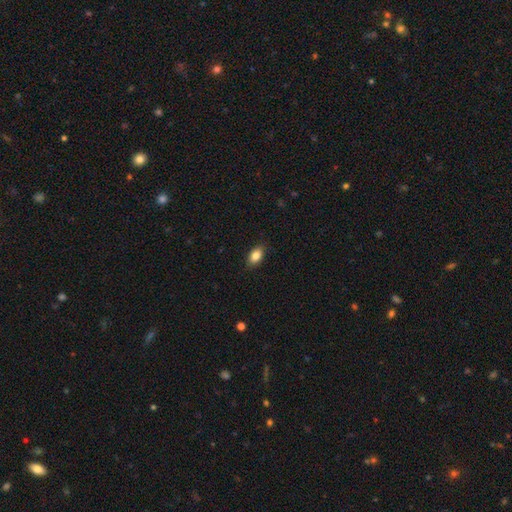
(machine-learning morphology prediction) Smooth or featured?
  - smooth: 85% *
  - star or artifact: 8%
  - featured or disk: 7%
How rounded?
  - in between: 87% *
  - round: 11%
  - cigar-shaped: 2%
Merging?
  - none: 87% *
  - minor disturbance: 10%
  - major disturbance: 2%
  - merger: 1%